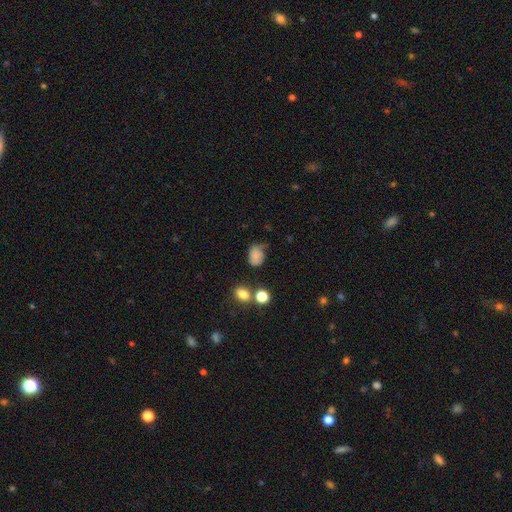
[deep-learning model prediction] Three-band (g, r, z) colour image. It shows a smooth galaxy with no disk features (71%) that is in between round and cigar-shaped (63%). Merging: none (43%).